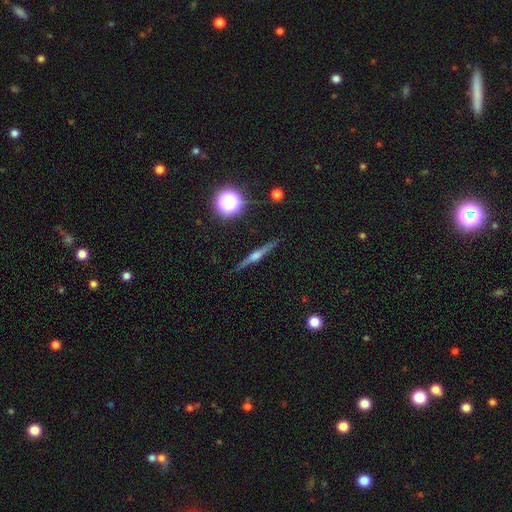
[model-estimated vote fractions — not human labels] The model was most divided on "smooth or featured": featured or disk: 72%, smooth: 18%, star or artifact: 9%. More confident: edge-on disk — yes (98%); merging — none (89%); edge-on bulge — rounded (81%).